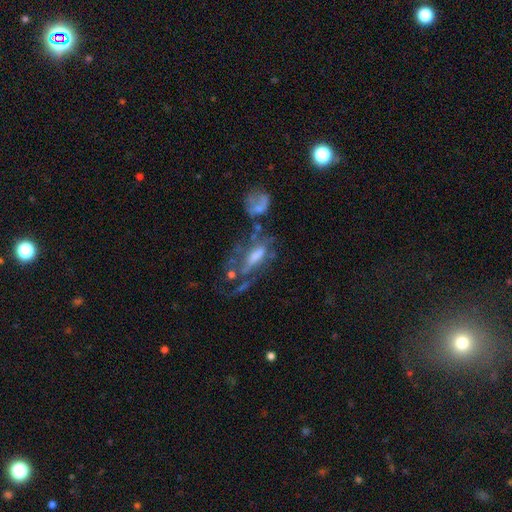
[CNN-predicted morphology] A featured or disk galaxy (54%). Merging: major disturbance (36%).